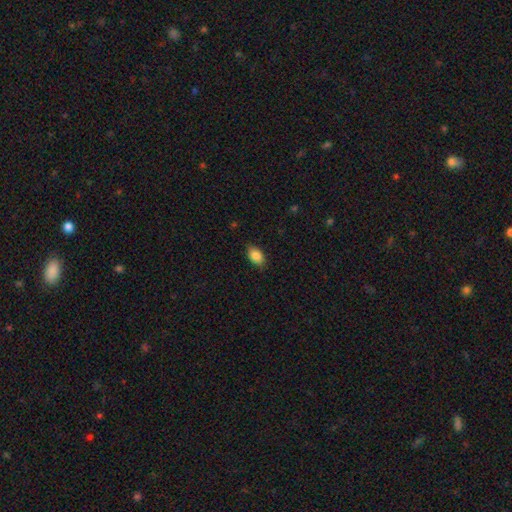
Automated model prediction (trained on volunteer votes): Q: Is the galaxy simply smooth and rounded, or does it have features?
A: smooth — 87%.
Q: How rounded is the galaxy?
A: in between — 89%.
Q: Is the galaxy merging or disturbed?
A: none — 85%.